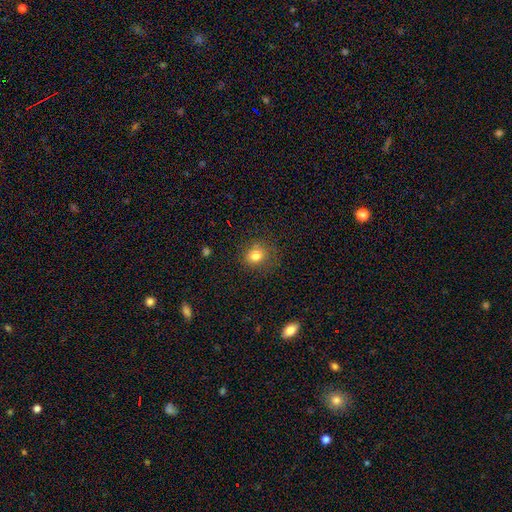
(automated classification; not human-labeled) Overall: smooth (80%). How rounded: round (78%). Merging: none (80%).